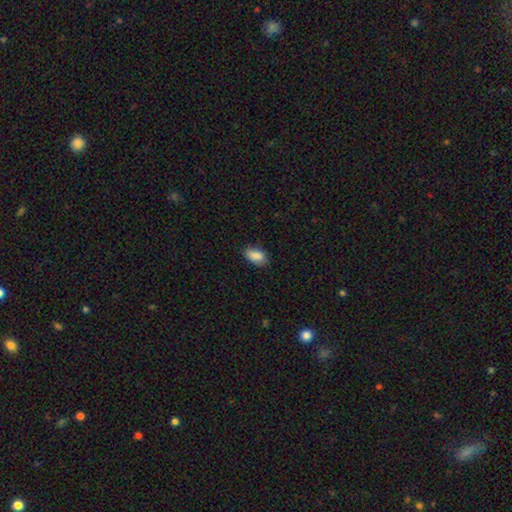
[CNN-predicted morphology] Q: Smooth or featured?
A: smooth (87%); runner-up: star or artifact (8%)
Q: How rounded?
A: in between (91%); runner-up: round (5%)
Q: Merging?
A: none (80%); runner-up: minor disturbance (16%)